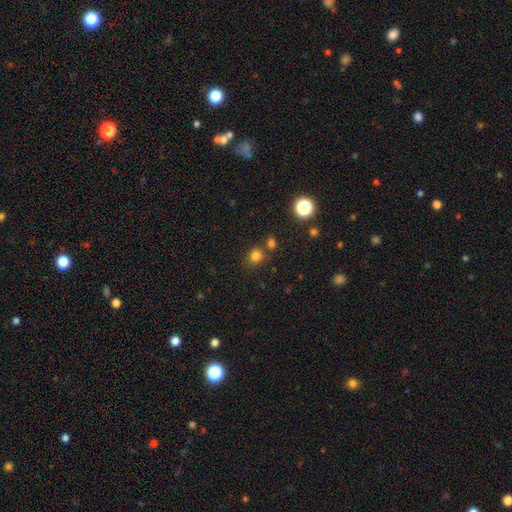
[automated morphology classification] Smooth or featured?
  - smooth: 78% *
  - star or artifact: 17%
  - featured or disk: 5%
How rounded?
  - round: 74% *
  - in between: 25%
  - cigar-shaped: 1%
Merging?
  - none: 69% *
  - merger: 16%
  - minor disturbance: 11%
  - major disturbance: 4%